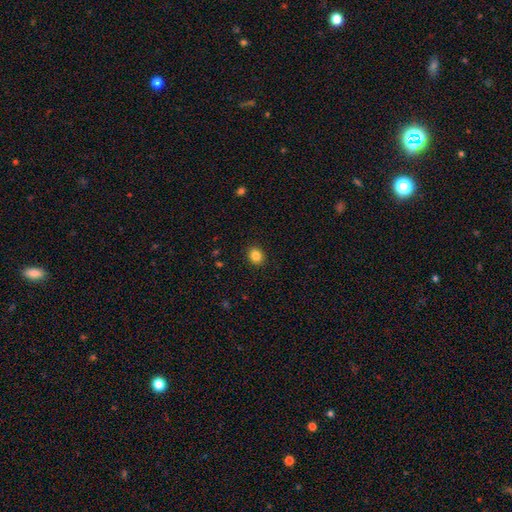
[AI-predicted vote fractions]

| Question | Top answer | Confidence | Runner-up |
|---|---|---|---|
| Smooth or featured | smooth | 85% | star or artifact (10%) |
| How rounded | round | 61% | in between (38%) |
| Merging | none | 91% | minor disturbance (6%) |